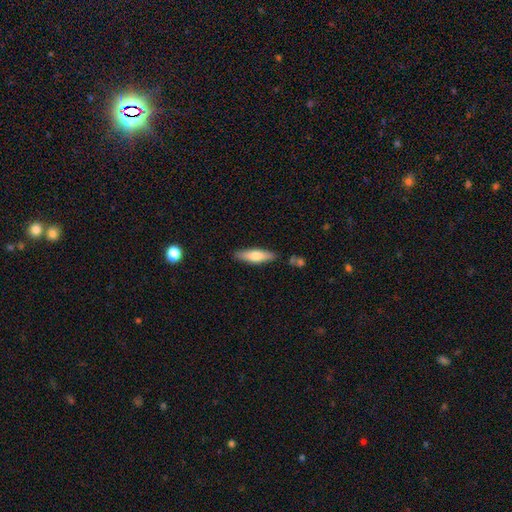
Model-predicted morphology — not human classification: Smooth or featured: smooth — 62% (featured or disk — 32%)
How rounded: cigar-shaped — 64% (in between — 34%)
Merging: none — 85% (minor disturbance — 10%)